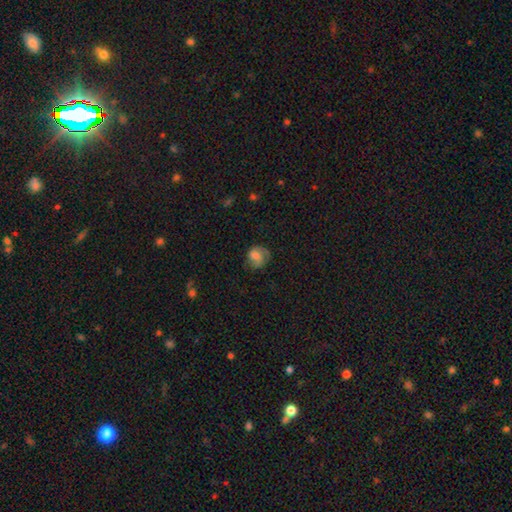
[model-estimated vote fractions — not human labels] This is possibly a smooth galaxy (57%). How rounded: likely round (68%). Merging: possibly none (57%).